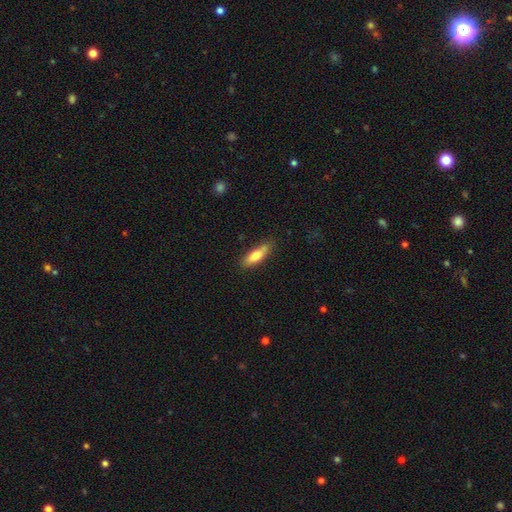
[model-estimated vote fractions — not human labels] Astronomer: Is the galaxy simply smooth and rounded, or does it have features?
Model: smooth — 72%.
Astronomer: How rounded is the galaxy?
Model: cigar-shaped — 49% (runner-up: in between, 48%).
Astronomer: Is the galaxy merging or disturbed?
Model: none — 71%.